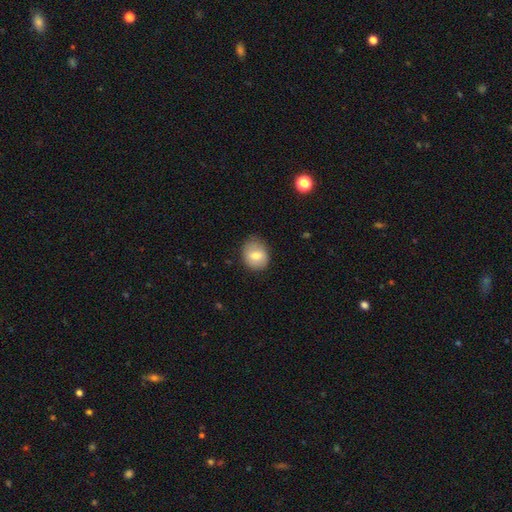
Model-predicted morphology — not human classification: Smooth or featured?
  - smooth: 72% *
  - featured or disk: 21%
  - star or artifact: 8%
How rounded?
  - round: 58% *
  - in between: 41%
  - cigar-shaped: 1%
Merging?
  - none: 76% *
  - minor disturbance: 19%
  - major disturbance: 4%
  - merger: 1%